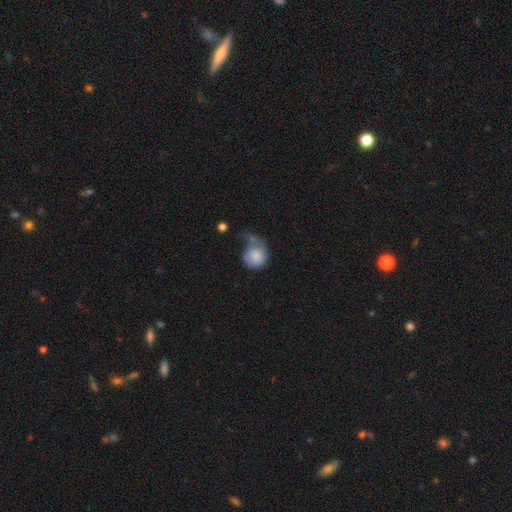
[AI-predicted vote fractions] Smooth or featured: smooth — 75% (featured or disk — 18%)
How rounded: round — 72% (in between — 27%)
Merging: major disturbance — 40% (minor disturbance — 24%)